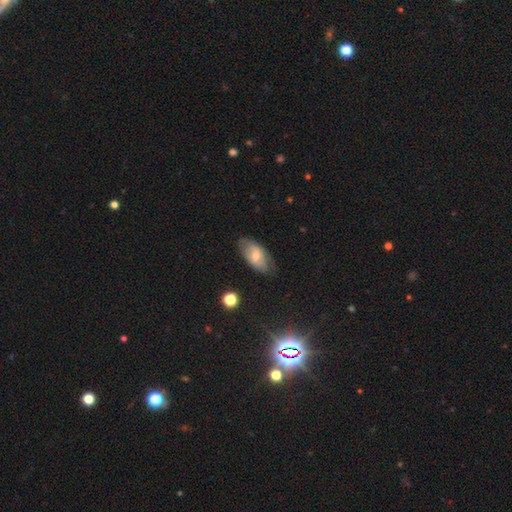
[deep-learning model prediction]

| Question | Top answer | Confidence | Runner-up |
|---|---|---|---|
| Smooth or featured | smooth | 51% | featured or disk (42%) |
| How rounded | in between | 92% | round (4%) |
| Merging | none | 71% | minor disturbance (22%) |